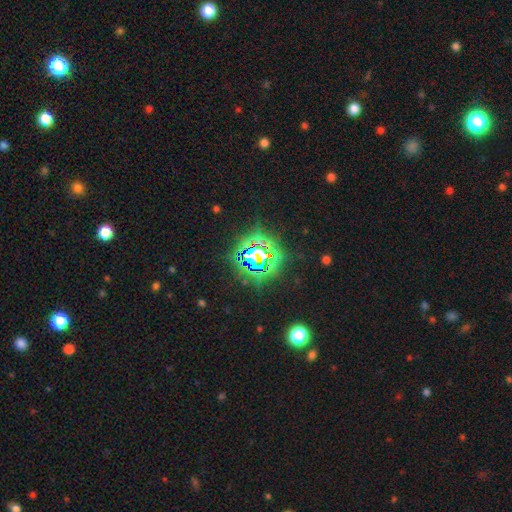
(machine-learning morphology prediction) Smooth or featured? star or artifact (81%)